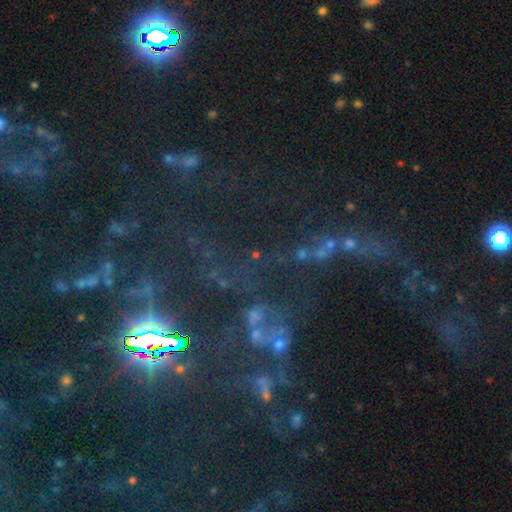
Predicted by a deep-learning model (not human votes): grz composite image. It shows a star or artifact, not a galaxy (57%).